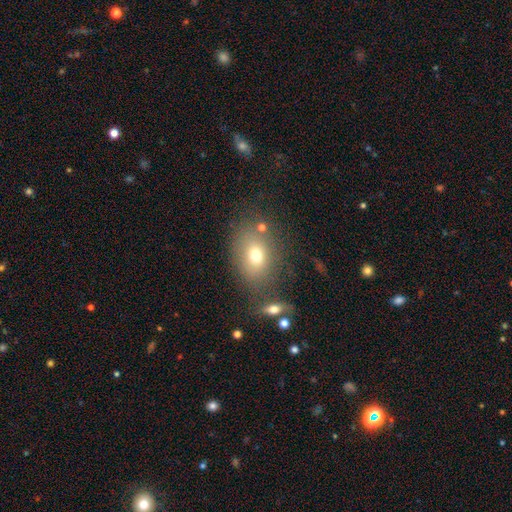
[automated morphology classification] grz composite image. It shows a smooth galaxy with no disk features (72%) that is in between round and cigar-shaped (71%). Merging: none (70%).